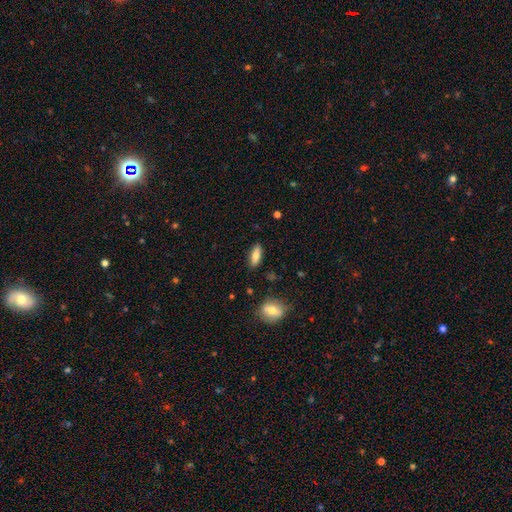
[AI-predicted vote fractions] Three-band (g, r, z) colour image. It shows a smooth galaxy with no disk features (76%) that is in between round and cigar-shaped (65%). Merging: none (86%).